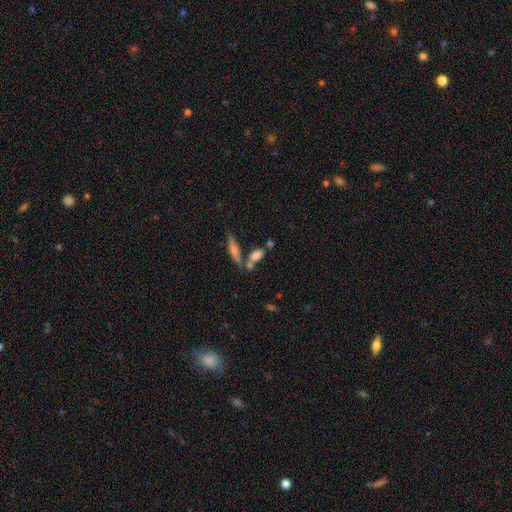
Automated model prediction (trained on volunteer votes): smooth-or-featured: smooth: 74% | featured or disk: 17% | star or artifact: 9%
  how-rounded: in between: 62% | cigar-shaped: 31% | round: 7%
  merging: none: 53% | merger: 30% | minor disturbance: 12% | major disturbance: 5%